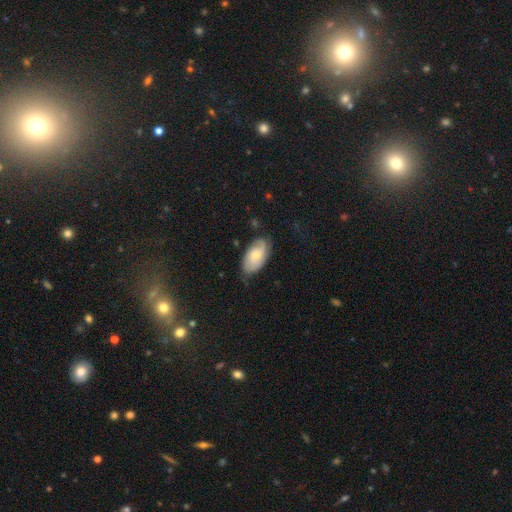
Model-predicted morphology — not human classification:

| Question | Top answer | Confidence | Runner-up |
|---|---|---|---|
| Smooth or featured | featured or disk | 65% | smooth (28%) |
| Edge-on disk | no | 94% | yes (6%) |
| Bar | no | 71% | weak (24%) |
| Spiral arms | yes | 92% | no (8%) |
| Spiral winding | tight | 54% | medium (34%) |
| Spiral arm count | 2 | 46% | can't tell (27%) |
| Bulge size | moderate | 49% | small (46%) |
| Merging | none | 70% | minor disturbance (23%) |